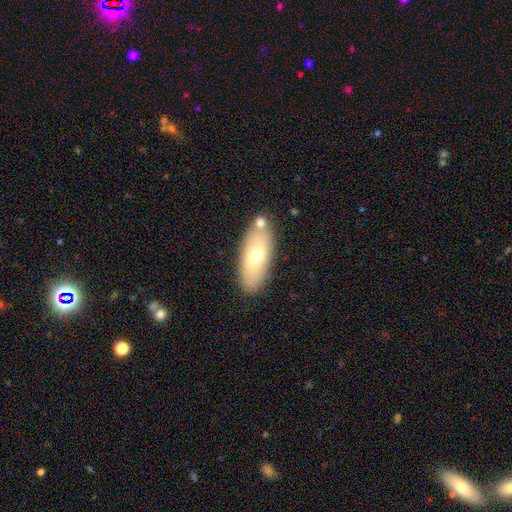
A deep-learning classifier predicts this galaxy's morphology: A smooth galaxy with no disk features (63%) that is in between round and cigar-shaped (79%).

Vote fractions:
- Smooth or featured? smooth: 63% / featured or disk: 30% / star or artifact: 8%
- How rounded? in between: 79% / cigar-shaped: 18% / round: 3%
- Merging? none: 76% / minor disturbance: 12% / merger: 9% / major disturbance: 3%